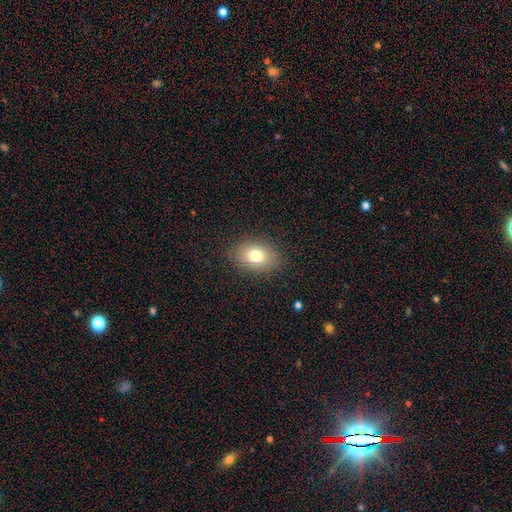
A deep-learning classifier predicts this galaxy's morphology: Smooth or featured? Predicted: smooth (p=0.77). How rounded? Predicted: in between (p=0.80). Merging? Predicted: none (p=0.86).